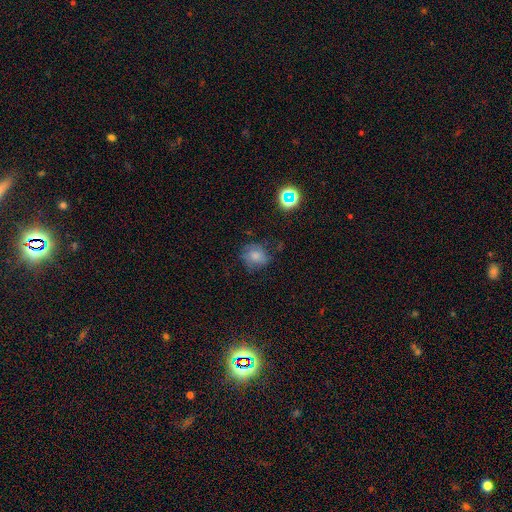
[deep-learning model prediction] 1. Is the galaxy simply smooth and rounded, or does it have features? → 70% smooth, 16% featured or disk, 13% star or artifact.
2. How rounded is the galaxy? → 71% round, 28% in between, 1% cigar-shaped.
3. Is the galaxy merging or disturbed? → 64% none, 24% minor disturbance, 10% major disturbance, 2% merger.